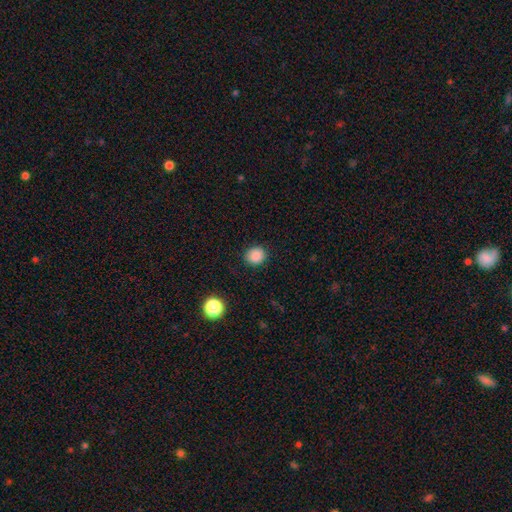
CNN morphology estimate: This appears to be a smooth galaxy with no disk features (86%) that is round (80%). Merging: none (87%).